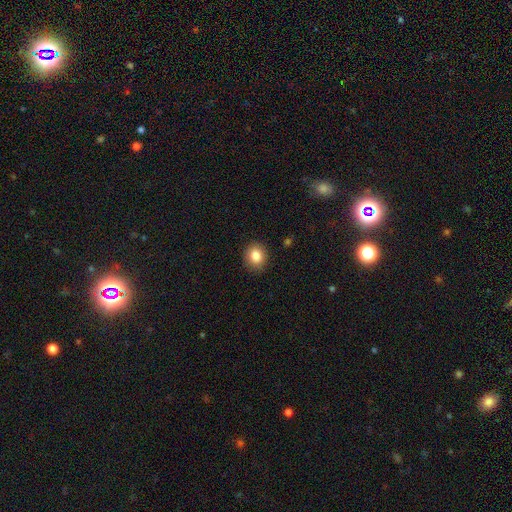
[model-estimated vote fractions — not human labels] smooth_or_featured: smooth (p=0.85) [alt: star or artifact p=0.09]
how_rounded: round (p=0.71) [alt: in between p=0.28]
merging: none (p=0.89) [alt: minor disturbance p=0.08]